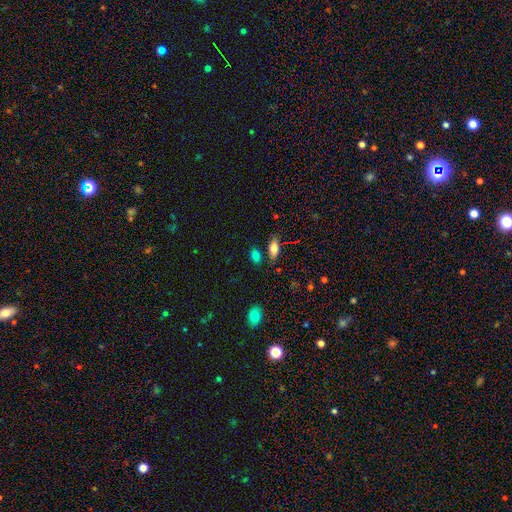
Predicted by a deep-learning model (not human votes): Smooth or featured? smooth (80%)
How rounded? in between (86%)
Merging? none (77%)